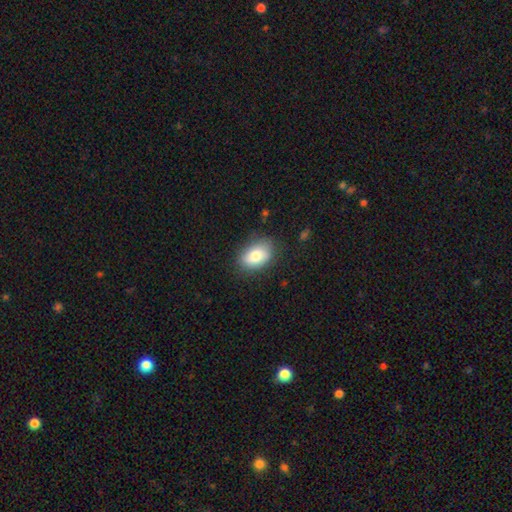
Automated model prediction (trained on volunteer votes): Smooth or featured? smooth (80%)
How rounded? in between (85%)
Merging? none (78%)